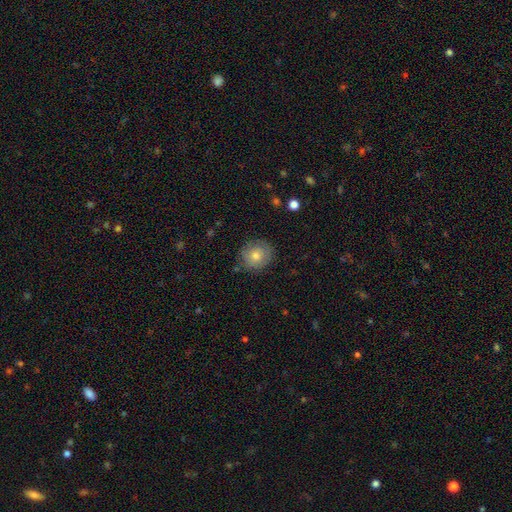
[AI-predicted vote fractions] smooth_or_featured: smooth (p=0.67) [alt: featured or disk p=0.23]
how_rounded: round (p=0.83) [alt: in between p=0.16]
merging: none (p=0.83) [alt: minor disturbance p=0.13]